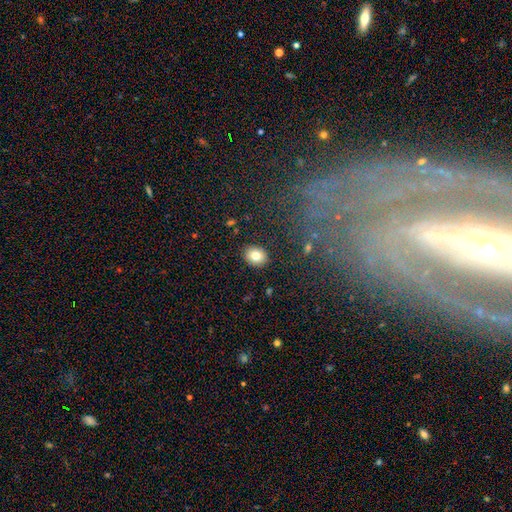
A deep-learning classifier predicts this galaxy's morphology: Smooth or featured: smooth — 80% (featured or disk — 10%)
How rounded: round — 54% (in between — 45%)
Merging: none — 89% (minor disturbance — 7%)